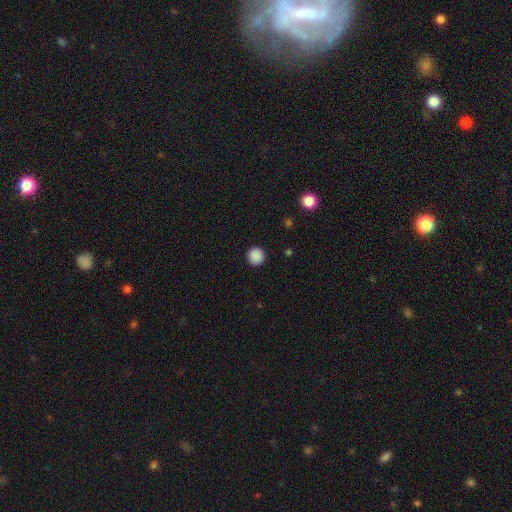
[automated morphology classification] Smooth or featured: smooth — 88% (star or artifact — 9%)
How rounded: round — 96% (in between — 3%)
Merging: none — 93% (minor disturbance — 4%)